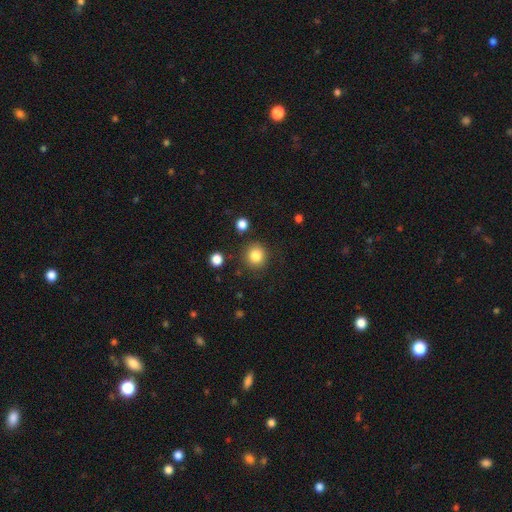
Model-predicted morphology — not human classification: Overall: smooth (84%). How rounded: round (91%). Merging: none (87%).